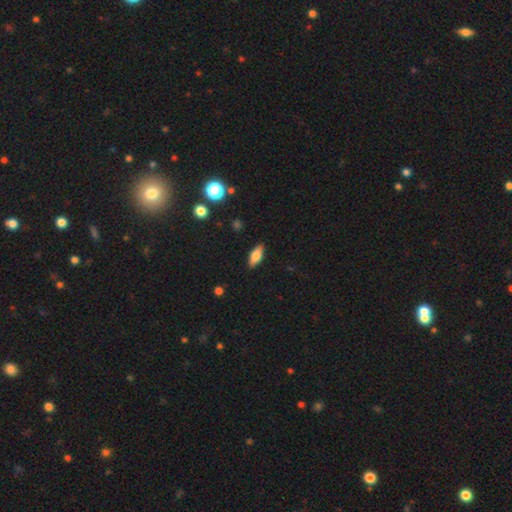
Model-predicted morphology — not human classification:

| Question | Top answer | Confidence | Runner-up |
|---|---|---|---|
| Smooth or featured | smooth | 68% | featured or disk (24%) |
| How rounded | in between | 71% | cigar-shaped (26%) |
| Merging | none | 88% | minor disturbance (9%) |